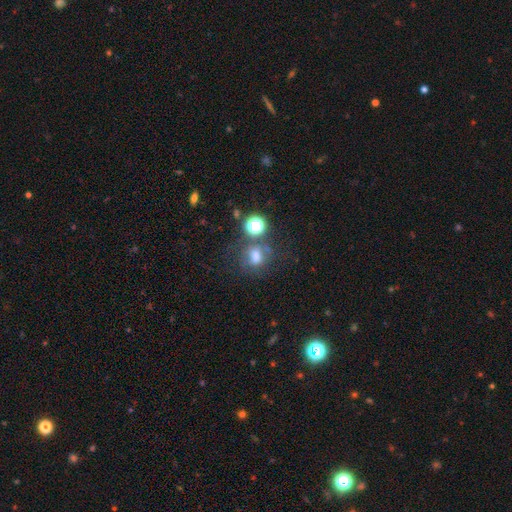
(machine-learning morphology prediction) type=smooth (62%); roundness=round (60%); merging=none (53%).